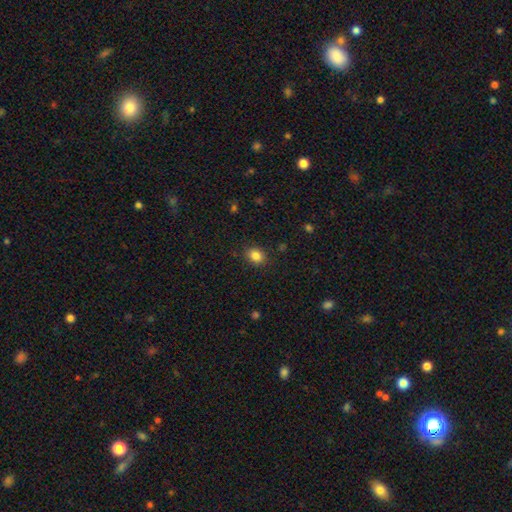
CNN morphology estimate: Overall: smooth (84%). How rounded: in between (50%; round 49%). Merging: none (87%).